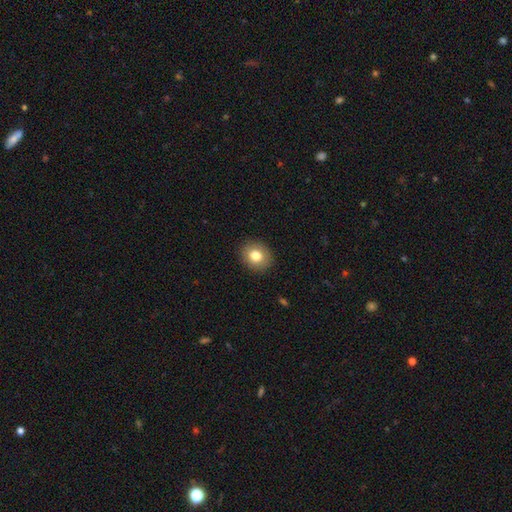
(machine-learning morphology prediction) Smooth or featured? smooth (80%)
How rounded? round (71%)
Merging? none (90%)